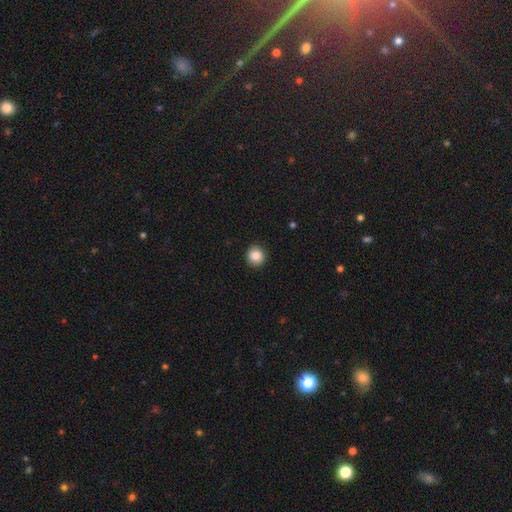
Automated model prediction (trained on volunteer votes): Q: Smooth or featured?
A: smooth (87%); runner-up: star or artifact (9%)
Q: How rounded?
A: round (90%); runner-up: in between (9%)
Q: Merging?
A: none (91%); runner-up: minor disturbance (6%)